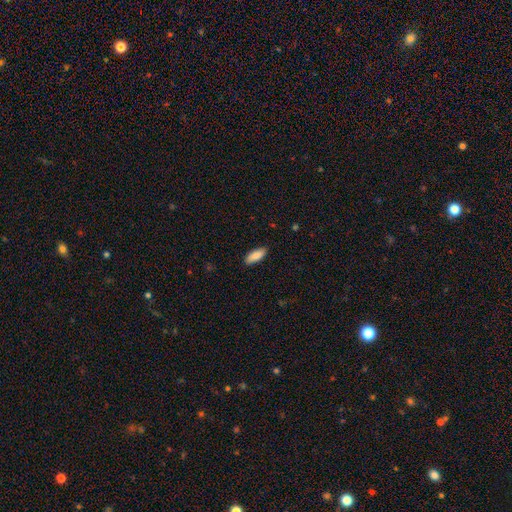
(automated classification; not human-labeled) A smooth galaxy with no disk features (87%) that is in between round and cigar-shaped (79%).

Vote fractions:
- Smooth or featured? smooth: 87% / featured or disk: 7% / star or artifact: 6%
- How rounded? in between: 79% / cigar-shaped: 19% / round: 2%
- Merging? none: 88% / minor disturbance: 9% / major disturbance: 2% / merger: 1%